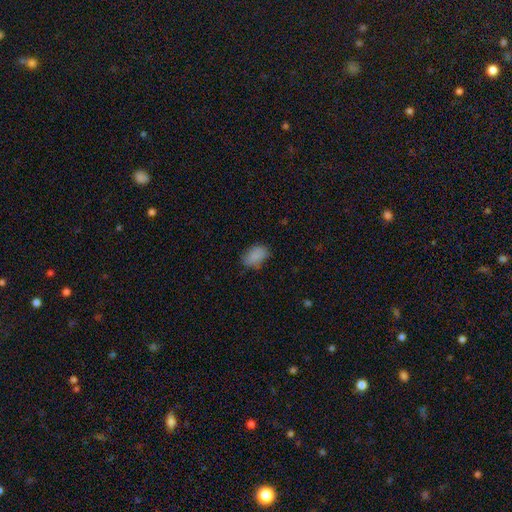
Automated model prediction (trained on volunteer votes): Smooth or featured? smooth (86%)
How rounded? in between (86%)
Merging? none (74%)